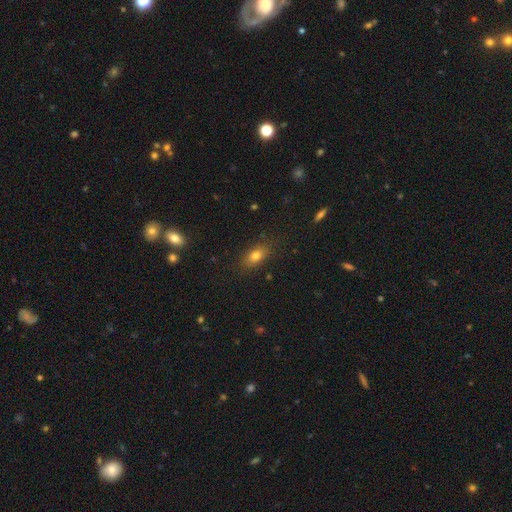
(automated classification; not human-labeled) Morphology: type=smooth (77%); roundness=in between (79%); merging=none (84%).